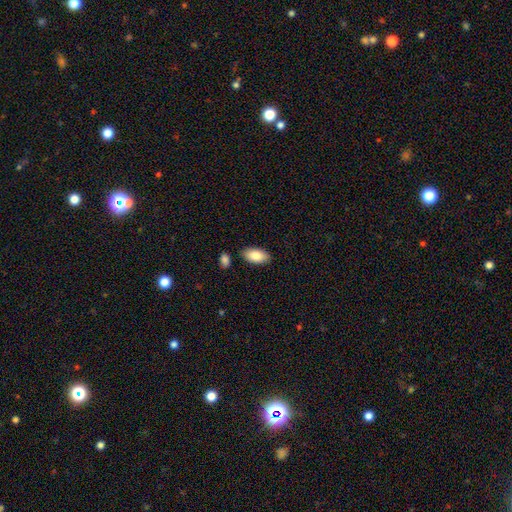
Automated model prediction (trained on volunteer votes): Q: Smooth or featured?
A: smooth (86%); runner-up: featured or disk (8%)
Q: How rounded?
A: in between (94%); runner-up: cigar-shaped (3%)
Q: Merging?
A: none (85%); runner-up: minor disturbance (10%)